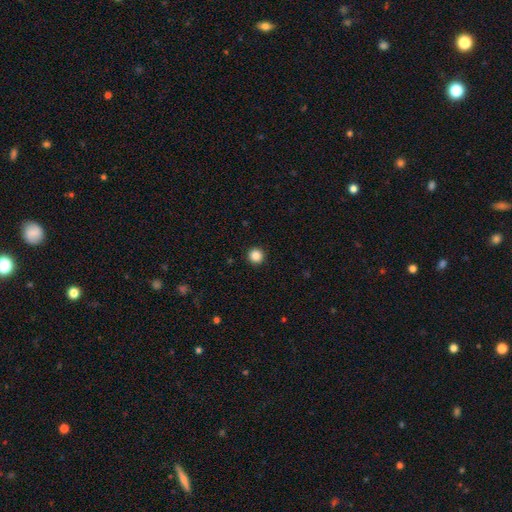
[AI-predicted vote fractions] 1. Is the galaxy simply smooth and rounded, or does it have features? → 87% smooth, 10% star or artifact, 3% featured or disk.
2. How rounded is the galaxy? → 96% round, 3% in between, 1% cigar-shaped.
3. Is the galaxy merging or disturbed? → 93% none, 4% minor disturbance, 1% major disturbance, 1% merger.